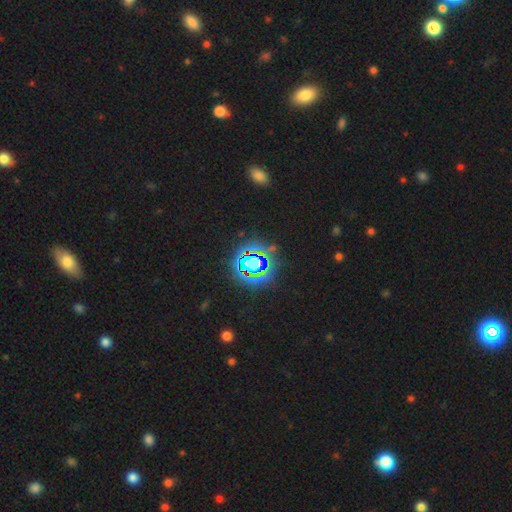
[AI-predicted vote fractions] Q: Smooth or featured?
A: star or artifact (76%); runner-up: smooth (16%)